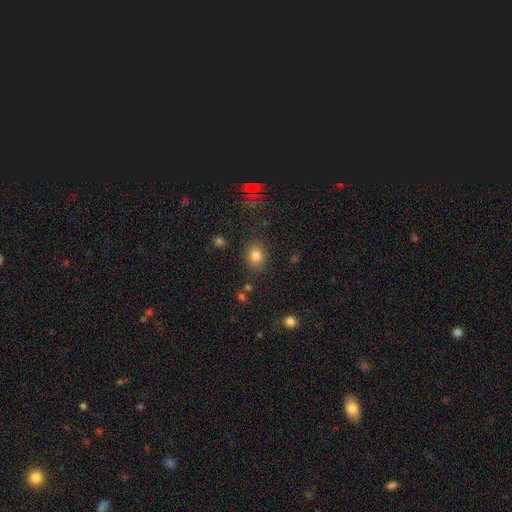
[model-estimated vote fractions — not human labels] Smooth or featured? smooth (82%)
How rounded? round (61%)
Merging? none (85%)